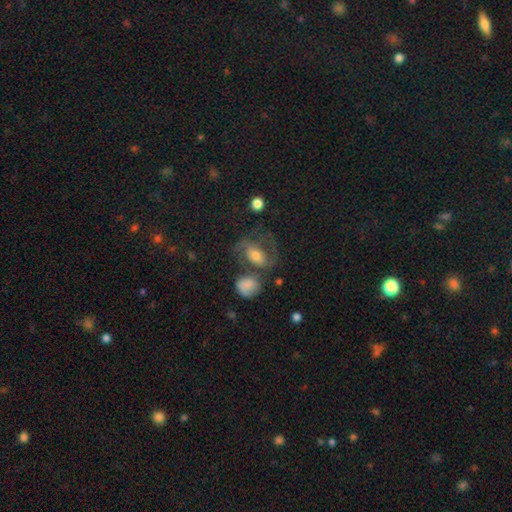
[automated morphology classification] Smooth or featured? featured or disk (63%)
Edge-on disk? no (96%)
Bar? no (48%)
Spiral arms? yes (85%)
Spiral winding? medium (51%)
Spiral arm count? 2 (84%)
Bulge size? moderate (57%)
Merging? none (48%)